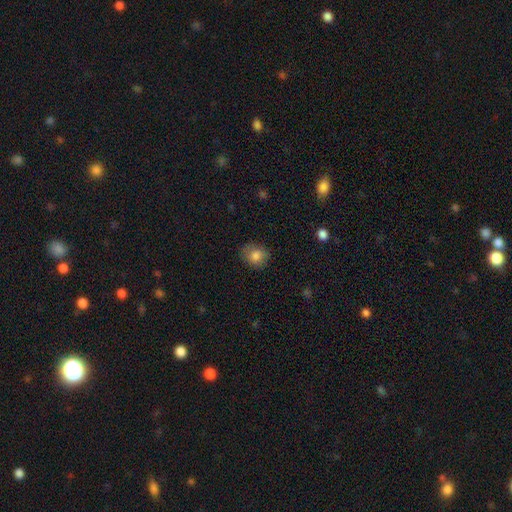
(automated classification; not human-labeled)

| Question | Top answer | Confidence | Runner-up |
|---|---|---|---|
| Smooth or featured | smooth | 82% | star or artifact (9%) |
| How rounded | round | 62% | in between (37%) |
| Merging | none | 77% | minor disturbance (17%) |